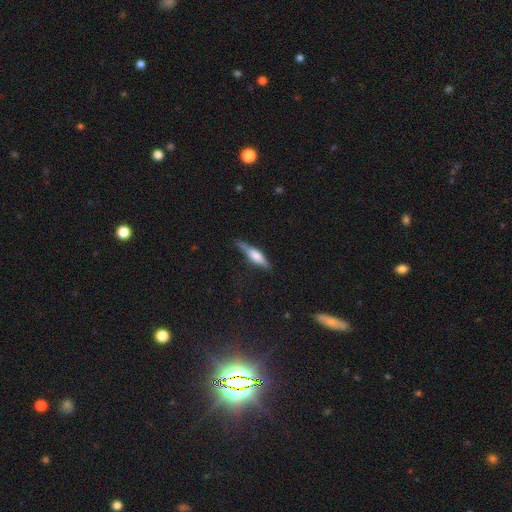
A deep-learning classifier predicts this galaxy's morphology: smooth-or-featured: featured or disk: 52% | smooth: 41% | star or artifact: 7%
  disk-edge-on: yes: 95% | no: 5%
  merging: none: 77% | minor disturbance: 17% | major disturbance: 4% | merger: 2%